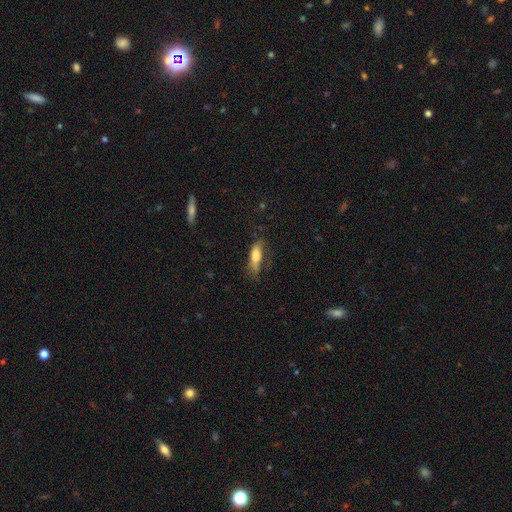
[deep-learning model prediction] smooth_or_featured: smooth (p=0.73) [alt: featured or disk p=0.19]
how_rounded: in between (p=0.57) [alt: cigar-shaped p=0.41]
merging: none (p=0.50) [alt: minor disturbance p=0.29]